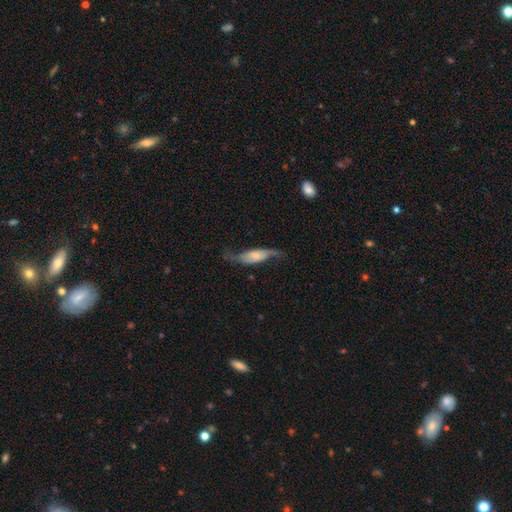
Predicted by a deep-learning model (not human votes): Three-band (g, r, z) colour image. It shows a featured or disk galaxy (64%) with no bar (59%), spiral arms (88%) and a small central bulge (51%). Merging: none (57%).